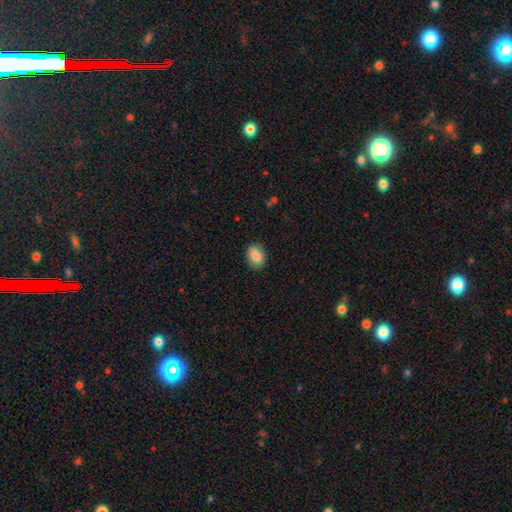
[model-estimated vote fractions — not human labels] A smooth galaxy with no disk features (86%) that is in between round and cigar-shaped (73%).

Vote fractions:
- Smooth or featured? smooth: 86% / star or artifact: 8% / featured or disk: 6%
- How rounded? in between: 73% / round: 25% / cigar-shaped: 1%
- Merging? none: 86% / minor disturbance: 10% / major disturbance: 2% / merger: 1%